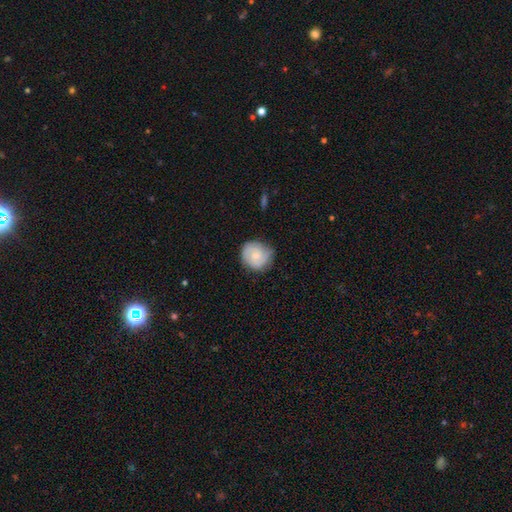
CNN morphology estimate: Overall: featured or disk (59%; smooth 35%). Edge-on disk: no (98%). Bar: no (68%; weak 29%). Spiral arms: yes (91%). Spiral arm count: 2 (57%; can't tell 19%). Spiral winding: tight (56%; medium 35%). Bulge size: small (55%; moderate 32%). Merging: none (74%).